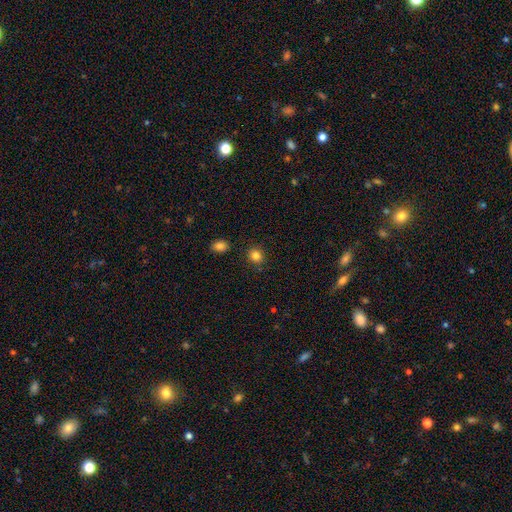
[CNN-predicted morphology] Smooth or featured? smooth (84%)
How rounded? round (77%)
Merging? none (87%)